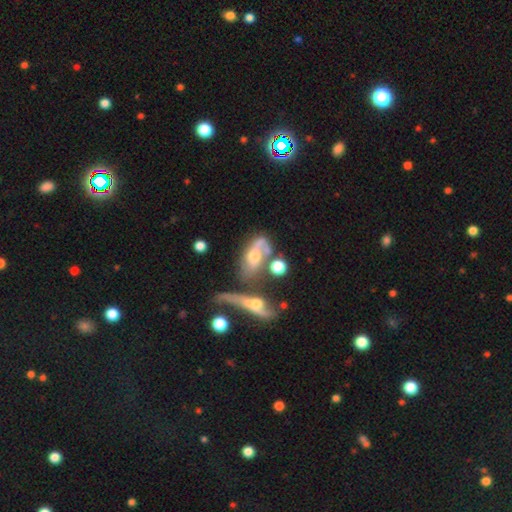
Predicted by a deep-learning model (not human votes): Smooth or featured?
  - featured or disk: 63% *
  - smooth: 25%
  - star or artifact: 12%
Edge-on disk?
  - no: 72% *
  - yes: 28%
Merging?
  - merger: 41% *
  - none: 28%
  - major disturbance: 16%
  - minor disturbance: 14%